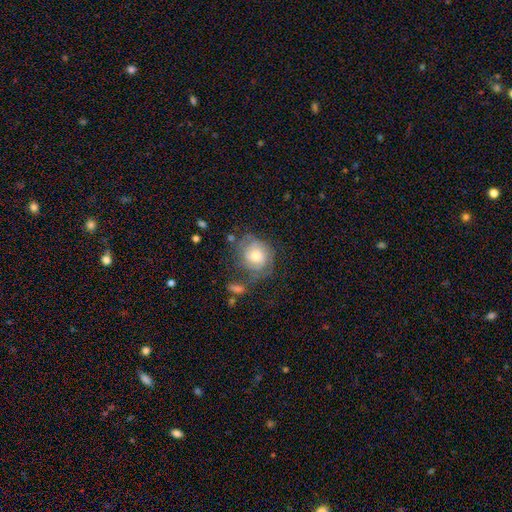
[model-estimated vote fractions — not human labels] smooth_or_featured: featured or disk (p=0.50) [alt: smooth p=0.42]
merging: none (p=0.53) [alt: minor disturbance p=0.24]